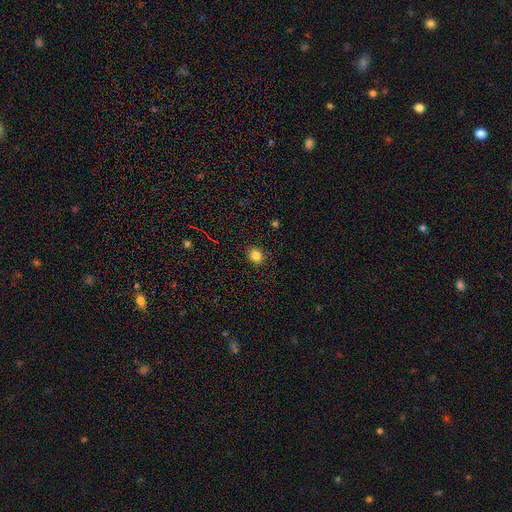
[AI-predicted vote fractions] smooth_or_featured: smooth (p=0.81) [alt: star or artifact p=0.13]
how_rounded: round (p=0.83) [alt: in between p=0.17]
merging: none (p=0.90) [alt: minor disturbance p=0.07]